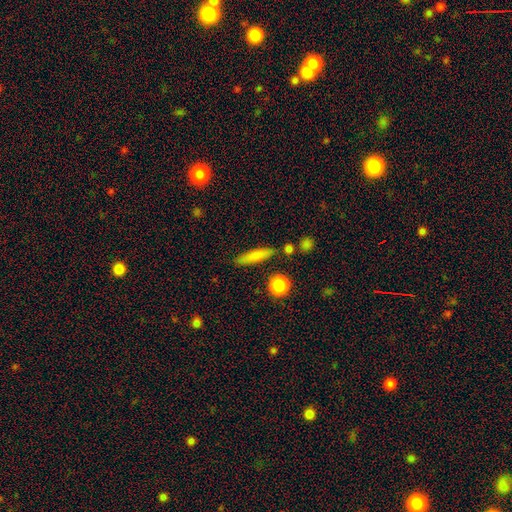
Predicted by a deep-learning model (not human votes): This appears to be a smooth galaxy with no disk features (76%) that is cigar-shaped (78%). Merging: none (84%).